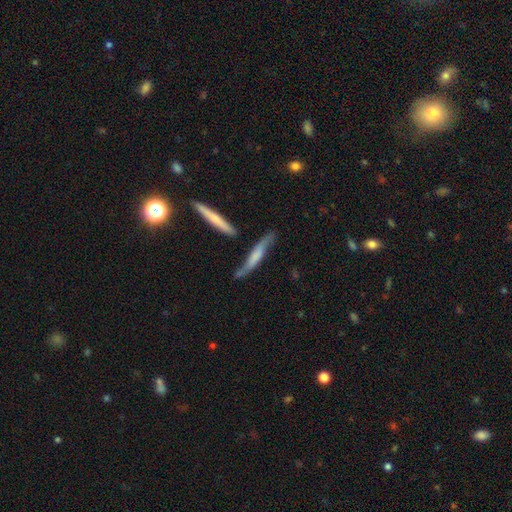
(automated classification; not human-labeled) A featured or disk galaxy (62%) viewed edge-on (63%). Merging: none (59%).